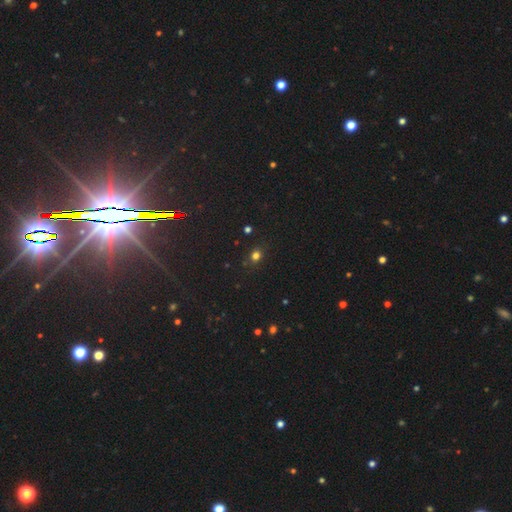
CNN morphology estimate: This is likely a smooth galaxy (72%). How rounded: likely round (69%). Merging: clearly none (85%).